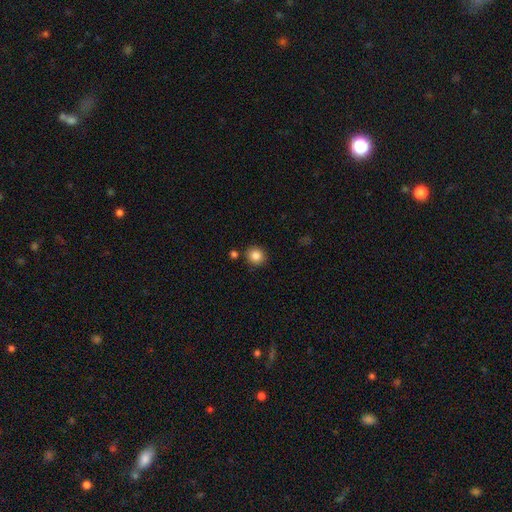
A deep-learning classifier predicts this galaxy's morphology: The model was most divided on "smooth or featured": smooth: 85%, star or artifact: 10%, featured or disk: 5%. More confident: how rounded — round (90%); merging — none (86%).